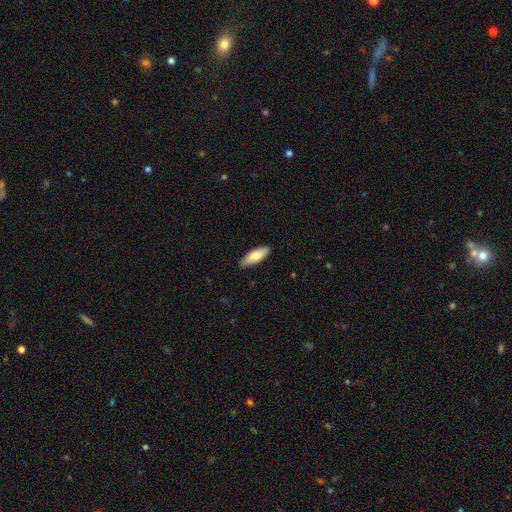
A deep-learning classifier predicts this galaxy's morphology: smooth-or-featured: smooth: 79% | featured or disk: 16% | star or artifact: 6%
  how-rounded: in between: 63% | cigar-shaped: 35% | round: 2%
  merging: none: 86% | minor disturbance: 11% | major disturbance: 2% | merger: 1%